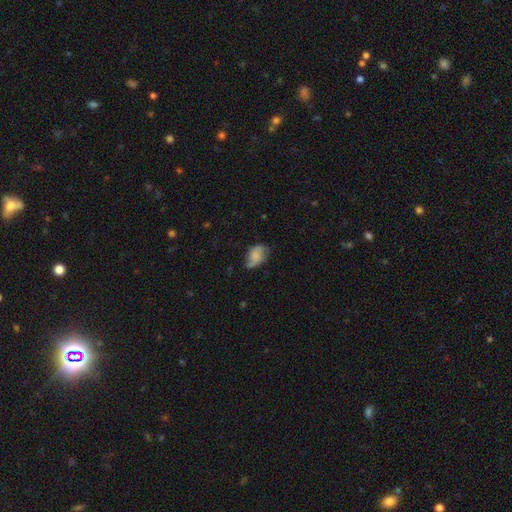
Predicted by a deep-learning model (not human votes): The model was most divided on "smooth or featured": smooth: 49%, featured or disk: 42%, star or artifact: 9%. More confident: merging — none (59%).